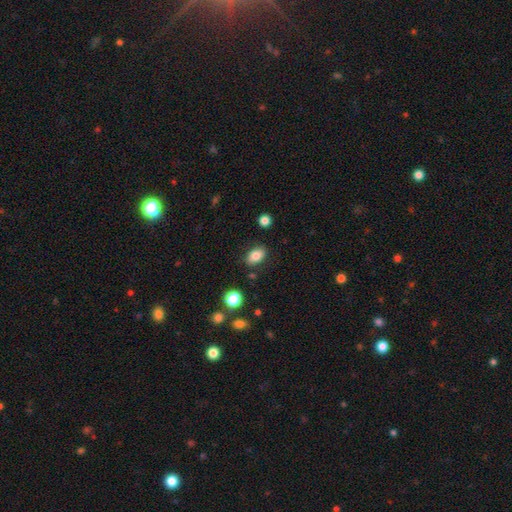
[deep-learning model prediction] Smooth or featured?
  - smooth: 82% *
  - featured or disk: 9%
  - star or artifact: 9%
How rounded?
  - in between: 86% *
  - round: 12%
  - cigar-shaped: 2%
Merging?
  - none: 83% *
  - minor disturbance: 11%
  - merger: 3%
  - major disturbance: 3%